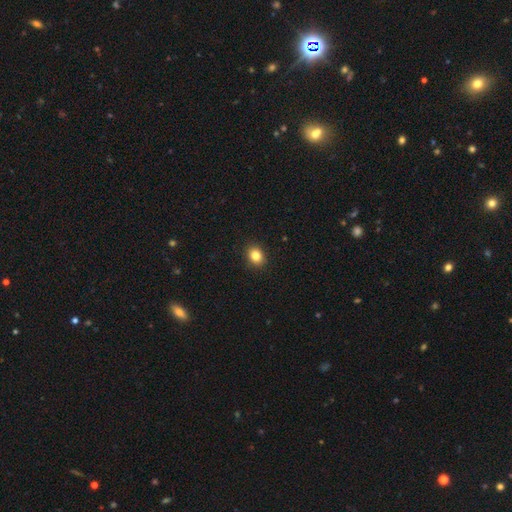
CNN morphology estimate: The model was most divided on "how rounded": round: 56%, in between: 43%, cigar-shaped: 1%. More confident: merging — none (91%); smooth or featured — smooth (84%).